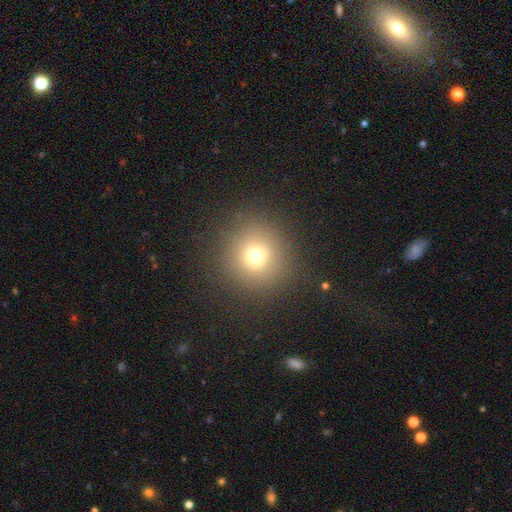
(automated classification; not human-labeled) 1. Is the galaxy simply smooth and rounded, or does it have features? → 72% smooth, 17% star or artifact, 11% featured or disk.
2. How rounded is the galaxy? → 92% round, 7% in between, 1% cigar-shaped.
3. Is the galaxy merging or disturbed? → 88% none, 7% minor disturbance, 4% major disturbance, 1% merger.